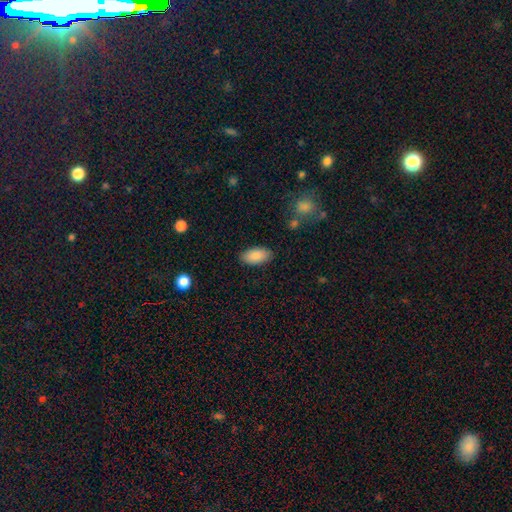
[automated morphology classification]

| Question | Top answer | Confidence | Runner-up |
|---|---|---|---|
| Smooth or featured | smooth | 88% | star or artifact (7%) |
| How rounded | in between | 94% | cigar-shaped (4%) |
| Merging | none | 86% | minor disturbance (10%) |